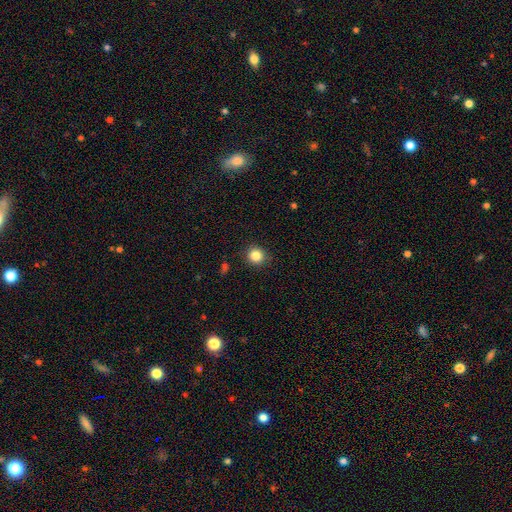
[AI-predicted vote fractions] smooth 85%, star or artifact 11%, featured or disk 4%. Down the decision tree: how rounded — round (91%); merging — none (89%).